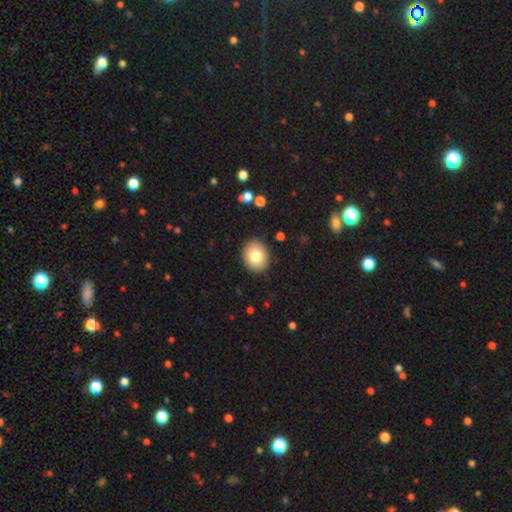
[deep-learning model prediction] Smooth or featured? smooth (80%)
How rounded? round (65%)
Merging? none (89%)